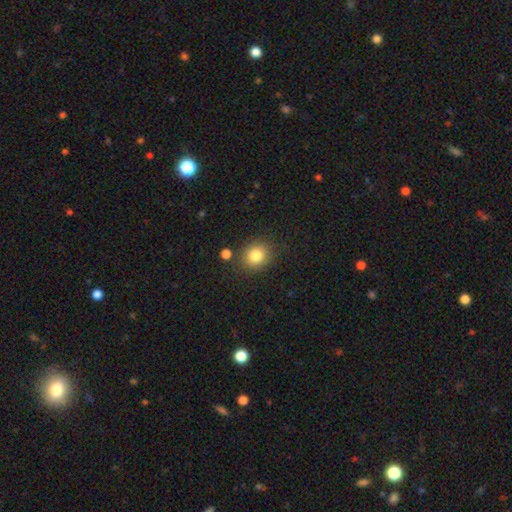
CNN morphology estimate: A smooth galaxy with no disk features (82%) that is round (76%). Merging: none (83%).